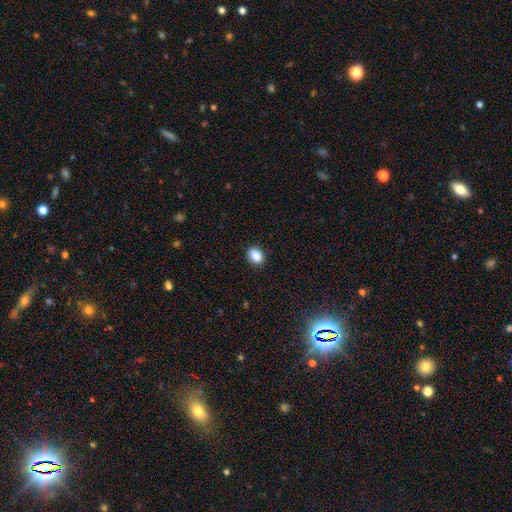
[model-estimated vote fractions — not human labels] smooth 88%, star or artifact 9%, featured or disk 4%. Down the decision tree: how rounded — in between (70%); merging — none (88%).